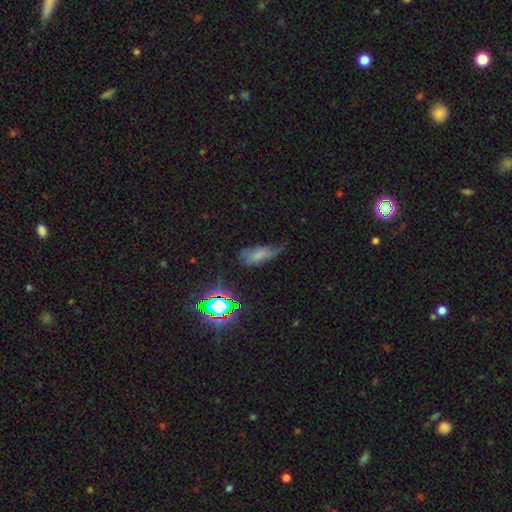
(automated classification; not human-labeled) Q: Smooth or featured?
A: smooth (50%); runner-up: featured or disk (29%)
Q: How rounded?
A: in between (77%); runner-up: cigar-shaped (18%)
Q: Merging?
A: minor disturbance (36%); runner-up: none (32%)